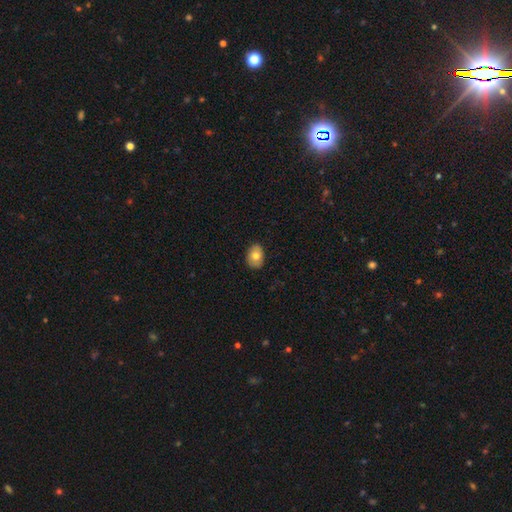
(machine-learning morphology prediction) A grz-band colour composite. It shows a smooth galaxy with no disk features (76%) that is in between round and cigar-shaped (78%). Merging: none (85%).